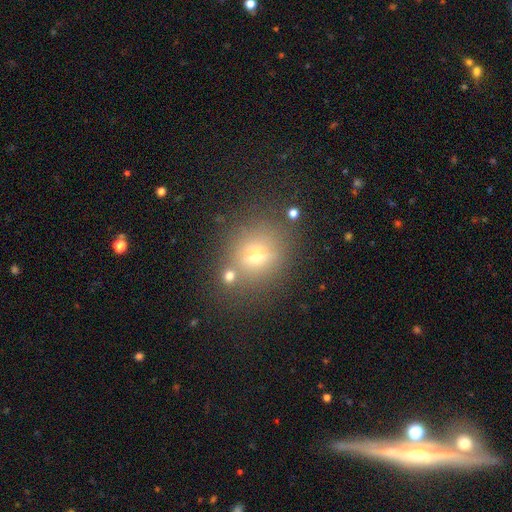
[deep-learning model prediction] smooth-or-featured: smooth: 53% | featured or disk: 27% | star or artifact: 21%
  how-rounded: round: 67% | in between: 30% | cigar-shaped: 3%
  merging: none: 72% | minor disturbance: 13% | merger: 9% | major disturbance: 6%